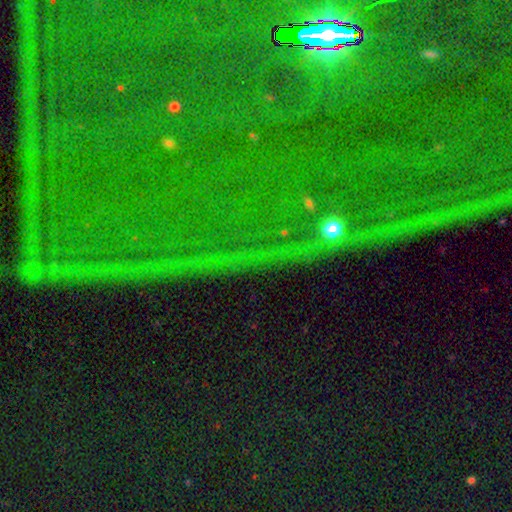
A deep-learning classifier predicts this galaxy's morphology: Smooth or featured: star or artifact — 78% (smooth — 12%)